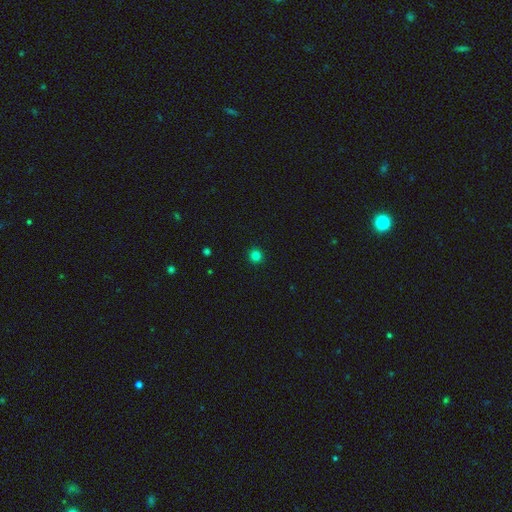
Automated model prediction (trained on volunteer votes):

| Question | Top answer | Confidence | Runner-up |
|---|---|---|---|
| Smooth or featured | smooth | 82% | star or artifact (14%) |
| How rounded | round | 96% | in between (3%) |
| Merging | none | 94% | minor disturbance (4%) |